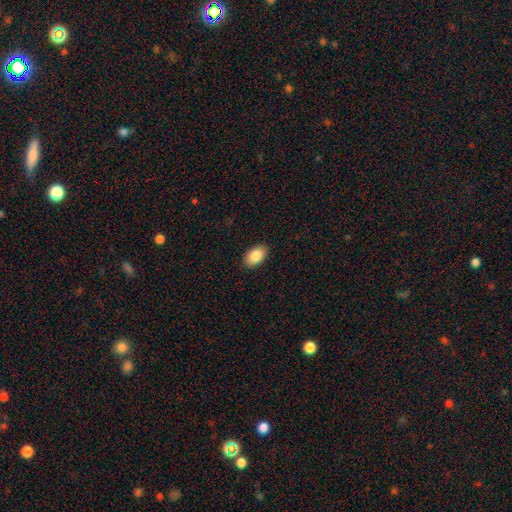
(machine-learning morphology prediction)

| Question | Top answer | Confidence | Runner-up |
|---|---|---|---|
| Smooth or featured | smooth | 87% | star or artifact (7%) |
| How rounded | in between | 92% | round (7%) |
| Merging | none | 89% | minor disturbance (8%) |